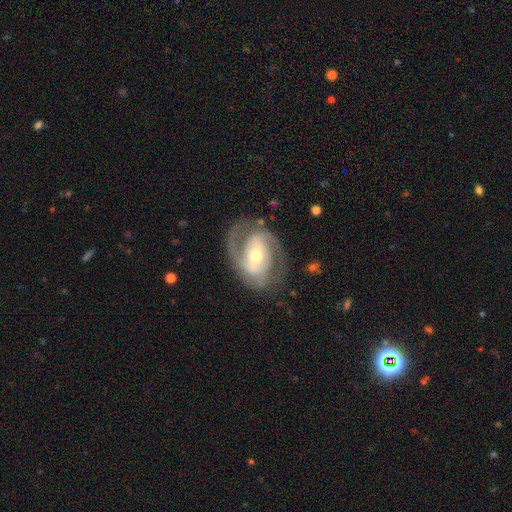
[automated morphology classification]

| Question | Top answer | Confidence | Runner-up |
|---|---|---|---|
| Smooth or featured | featured or disk | 86% | smooth (9%) |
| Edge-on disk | no | 97% | yes (3%) |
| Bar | weak | 37% | no (33%) |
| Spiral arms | yes | 93% | no (7%) |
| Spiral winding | medium | 46% | tight (40%) |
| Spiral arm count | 2 | 83% | can't tell (7%) |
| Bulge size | moderate | 62% | small (31%) |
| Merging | none | 74% | minor disturbance (16%) |